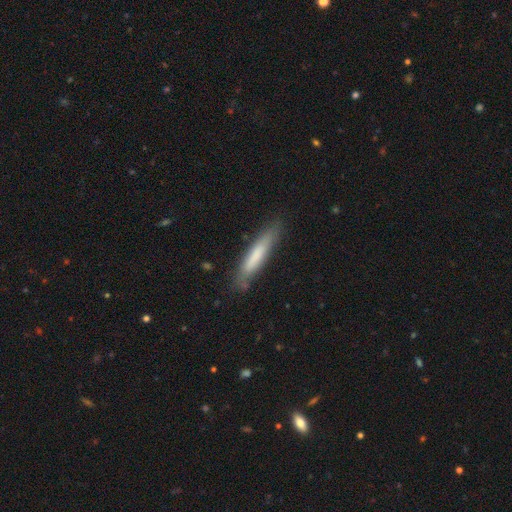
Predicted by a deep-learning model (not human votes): Smooth or featured?
  - smooth: 68% *
  - featured or disk: 26%
  - star or artifact: 6%
How rounded?
  - cigar-shaped: 90% *
  - in between: 9%
  - round: 1%
Merging?
  - none: 81% *
  - minor disturbance: 15%
  - major disturbance: 3%
  - merger: 2%